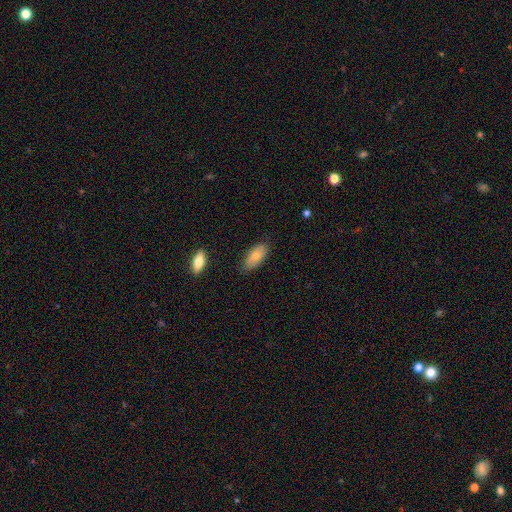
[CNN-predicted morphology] The model was most divided on "smooth or featured": smooth: 79%, featured or disk: 14%, star or artifact: 7%. More confident: how rounded — in between (88%); merging — none (81%).